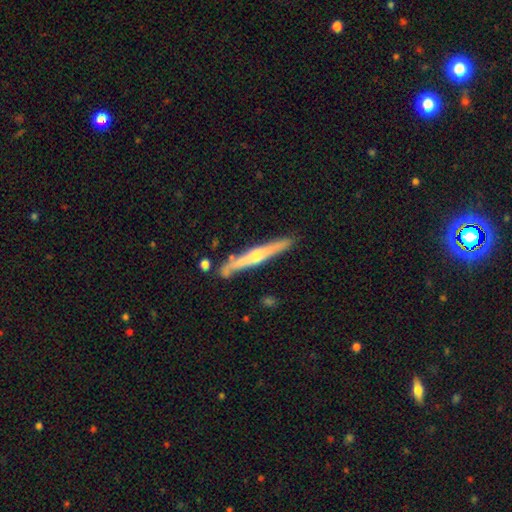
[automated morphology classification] smooth_or_featured: featured or disk (p=0.67) [alt: smooth p=0.27]
disk_edge_on: yes (p=0.96) [alt: no p=0.04]
edge_on_bulge: rounded (p=0.78) [alt: none p=0.17]
merging: none (p=0.84) [alt: minor disturbance p=0.11]